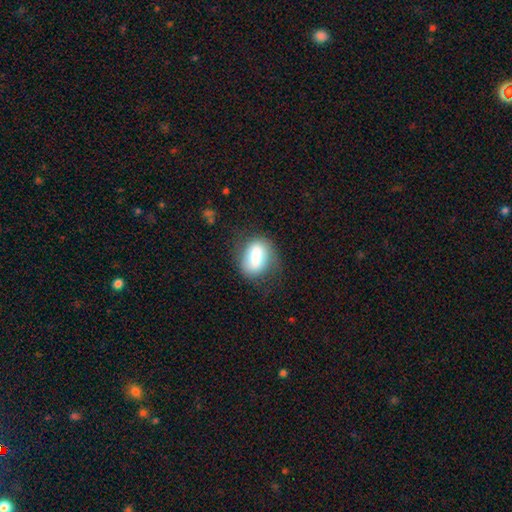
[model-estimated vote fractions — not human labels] smooth 74%, featured or disk 18%, star or artifact 7%. Down the decision tree: how rounded — in between (77%); merging — none (66%).